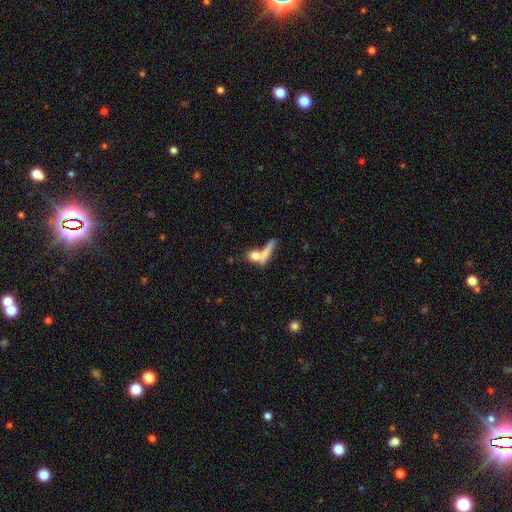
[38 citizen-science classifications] This appears to be a smooth galaxy with no disk features (63%) that is round (54%). Merging: none (43%).